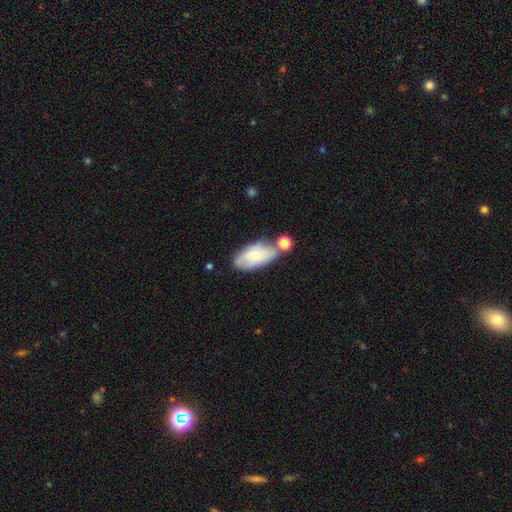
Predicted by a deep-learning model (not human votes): smooth-or-featured: smooth: 56% | featured or disk: 37% | star or artifact: 7%
  how-rounded: in between: 91% | cigar-shaped: 5% | round: 3%
  merging: none: 51% | minor disturbance: 24% | merger: 18% | major disturbance: 8%